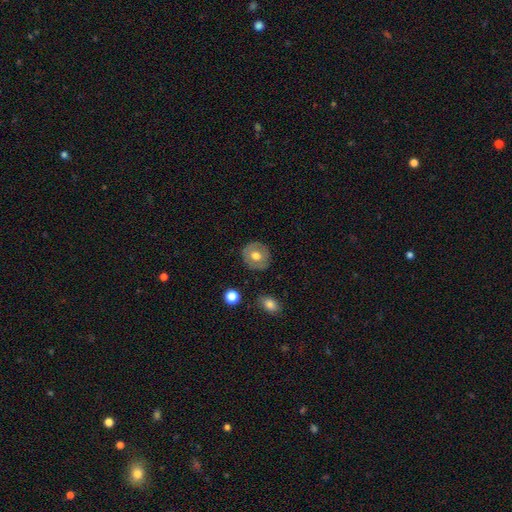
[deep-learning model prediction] smooth-or-featured: smooth: 61% | featured or disk: 32% | star or artifact: 7%
  how-rounded: round: 87% | in between: 12% | cigar-shaped: 1%
  merging: none: 85% | minor disturbance: 11% | major disturbance: 3% | merger: 2%